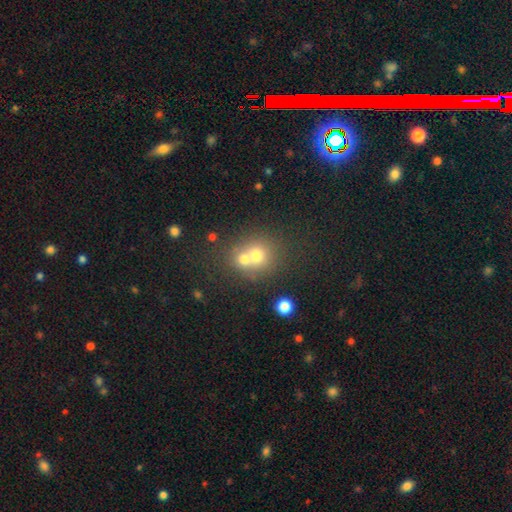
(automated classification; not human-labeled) A smooth galaxy with no disk features (67%) that is round (80%). Merging: merger (56%).